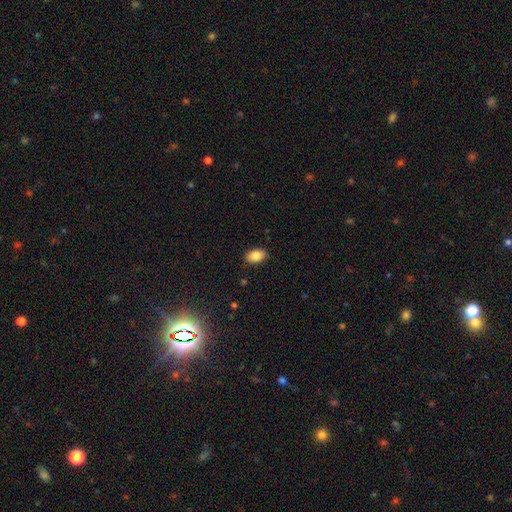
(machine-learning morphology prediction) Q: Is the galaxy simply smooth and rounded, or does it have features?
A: smooth — 86%.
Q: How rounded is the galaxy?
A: in between — 88%.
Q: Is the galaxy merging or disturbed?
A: none — 87%.